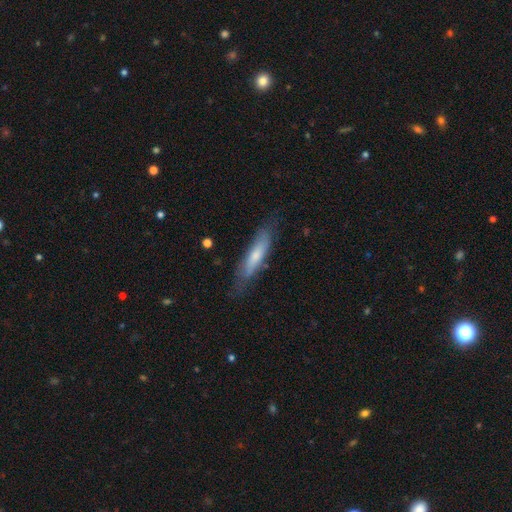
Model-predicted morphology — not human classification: smooth_or_featured: smooth (p=0.61) [alt: featured or disk p=0.33]
how_rounded: cigar-shaped (p=0.76) [alt: in between p=0.23]
merging: none (p=0.72) [alt: minor disturbance p=0.20]